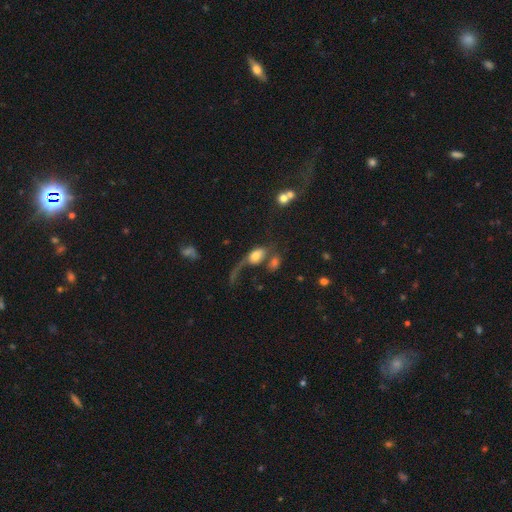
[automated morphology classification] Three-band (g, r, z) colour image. It shows a smooth galaxy with no disk features (63%) that is in between round and cigar-shaped (84%). Merging: major disturbance (36%).